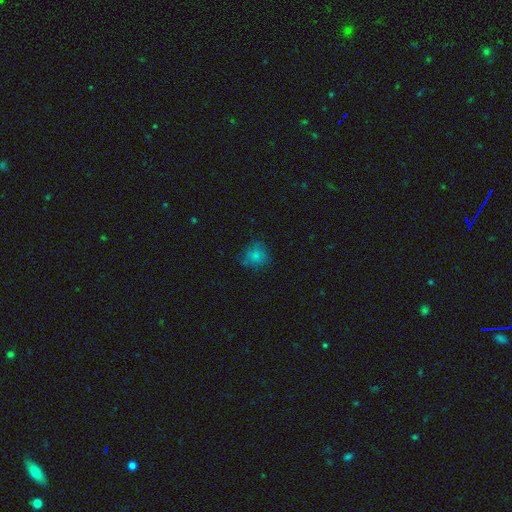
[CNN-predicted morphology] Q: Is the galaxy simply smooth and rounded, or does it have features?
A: smooth — 78%.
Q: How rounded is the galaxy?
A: round — 82%.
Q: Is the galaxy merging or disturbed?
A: none — 68%.